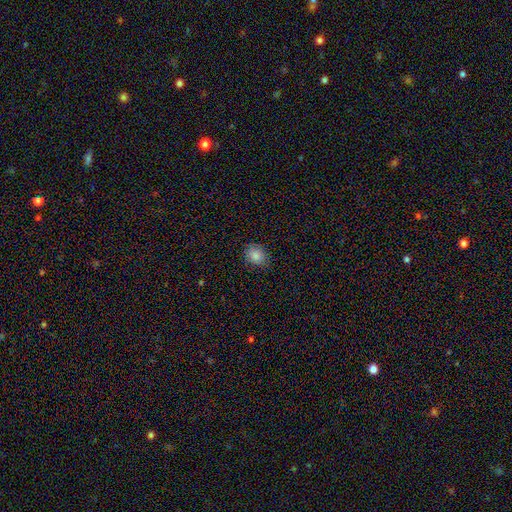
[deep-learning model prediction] Morphology: type=smooth (84%); roundness=round (66%); merging=none (82%).